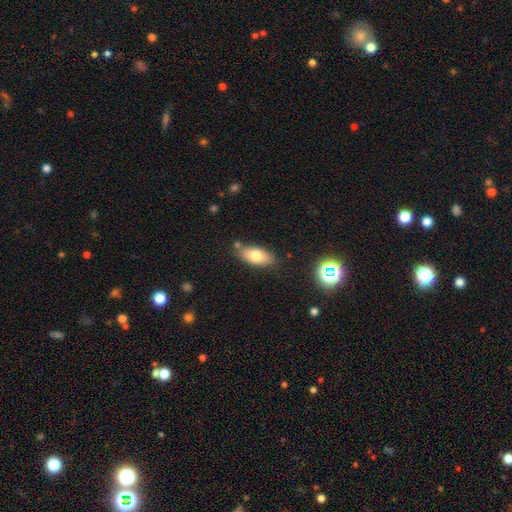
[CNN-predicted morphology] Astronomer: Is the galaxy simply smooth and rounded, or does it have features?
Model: smooth — 75%.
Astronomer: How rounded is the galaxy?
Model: in between — 87%.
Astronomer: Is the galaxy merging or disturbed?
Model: none — 77%.